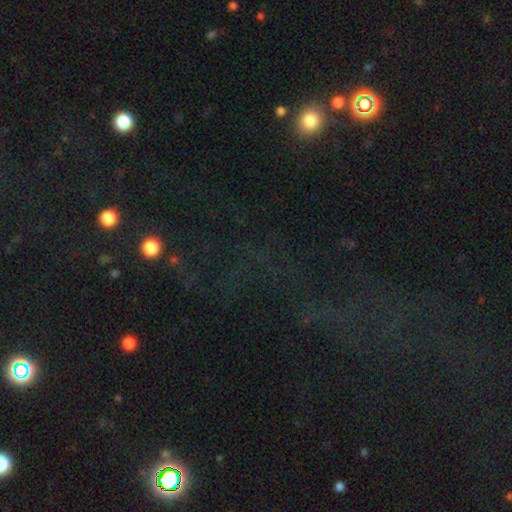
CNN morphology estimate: Q: Smooth or featured?
A: star or artifact (60%); runner-up: smooth (26%)